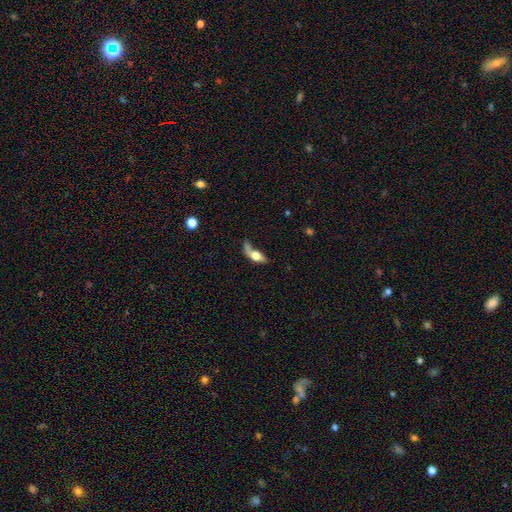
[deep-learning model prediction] This appears to be a smooth galaxy with no disk features (55%) that is in between round and cigar-shaped (67%). Merging: major disturbance (31%).